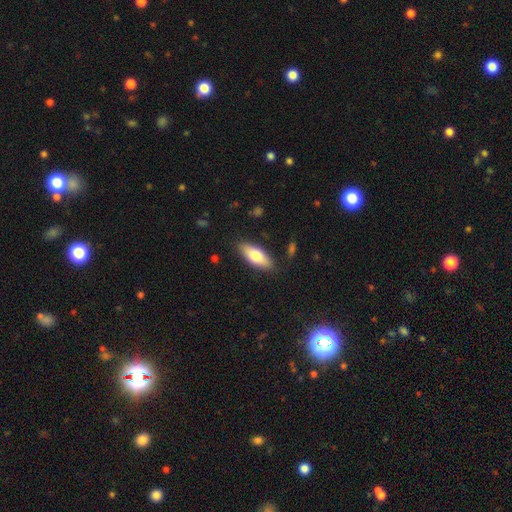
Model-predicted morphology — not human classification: Smooth or featured?
  - smooth: 72% *
  - featured or disk: 22%
  - star or artifact: 6%
How rounded?
  - in between: 74% *
  - cigar-shaped: 23%
  - round: 2%
Merging?
  - none: 86% *
  - minor disturbance: 10%
  - major disturbance: 2%
  - merger: 1%